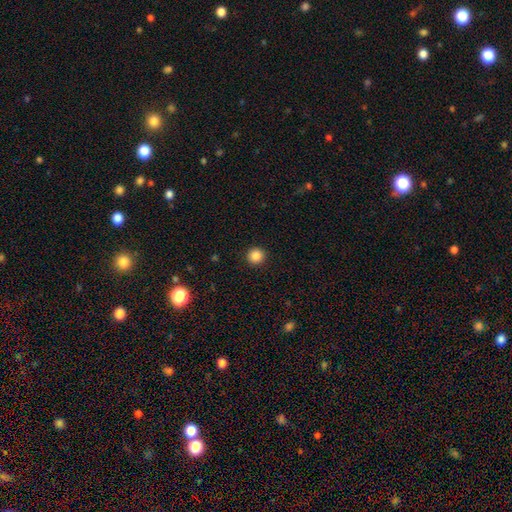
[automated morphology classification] Smooth or featured? smooth (87%)
How rounded? round (95%)
Merging? none (93%)